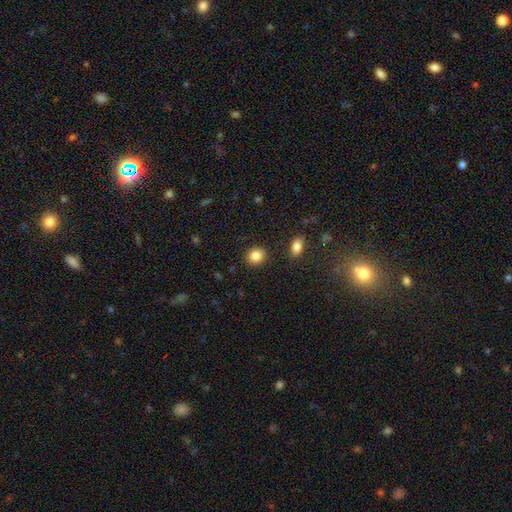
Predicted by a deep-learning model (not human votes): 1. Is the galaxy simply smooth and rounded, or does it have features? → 85% smooth, 9% star or artifact, 5% featured or disk.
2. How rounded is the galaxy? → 63% round, 36% in between, 1% cigar-shaped.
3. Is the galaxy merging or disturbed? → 88% none, 8% minor disturbance, 2% major disturbance, 2% merger.